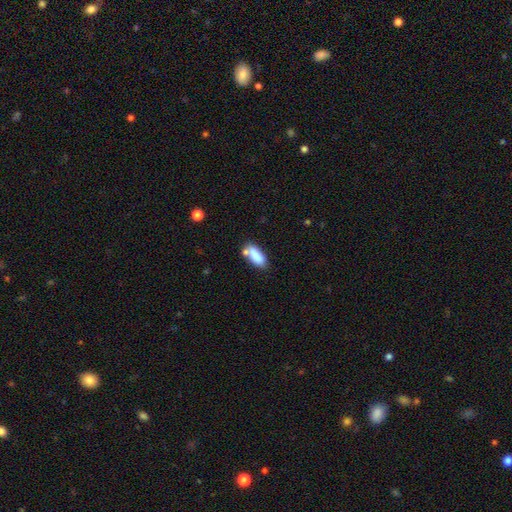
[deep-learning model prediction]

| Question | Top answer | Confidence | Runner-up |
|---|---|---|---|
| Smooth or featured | smooth | 82% | featured or disk (10%) |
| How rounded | in between | 74% | cigar-shaped (24%) |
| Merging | none | 56% | merger (21%) |